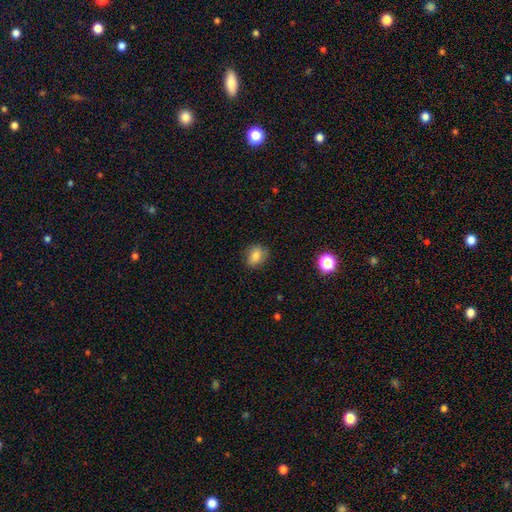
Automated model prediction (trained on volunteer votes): The model was most divided on "how rounded": round: 55%, in between: 44%, cigar-shaped: 1%. More confident: merging — none (83%); smooth or featured — smooth (81%).